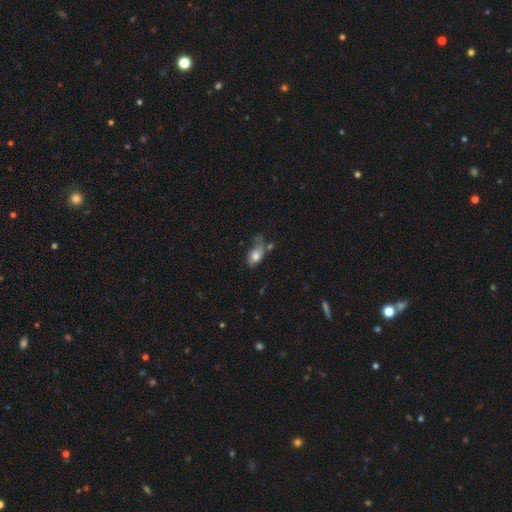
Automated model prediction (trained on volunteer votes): Smooth or featured? Predicted: smooth (p=0.70). How rounded? Predicted: in between (p=0.85). Merging? Predicted: minor disturbance (p=0.32, tied with none).